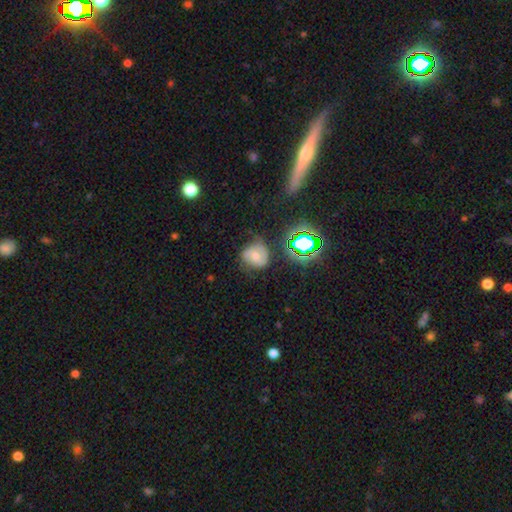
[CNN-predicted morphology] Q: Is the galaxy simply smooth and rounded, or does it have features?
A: smooth — 49%.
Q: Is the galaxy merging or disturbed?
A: none — 53%.